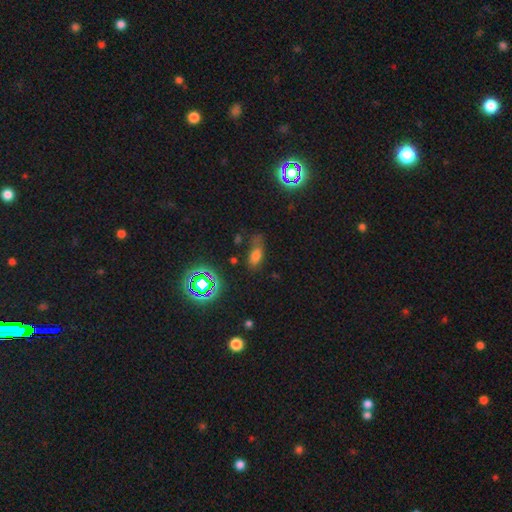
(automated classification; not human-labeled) A smooth galaxy with no disk features (64%) that is in between round and cigar-shaped (83%).

Vote fractions:
- Smooth or featured? smooth: 64% / star or artifact: 24% / featured or disk: 12%
- How rounded? in between: 83% / cigar-shaped: 9% / round: 8%
- Merging? none: 52% / minor disturbance: 27% / major disturbance: 15% / merger: 6%